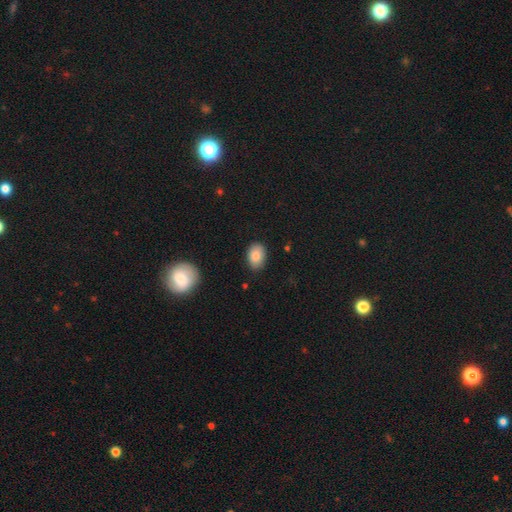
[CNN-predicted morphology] Smooth or featured? smooth (84%)
How rounded? in between (84%)
Merging? none (82%)